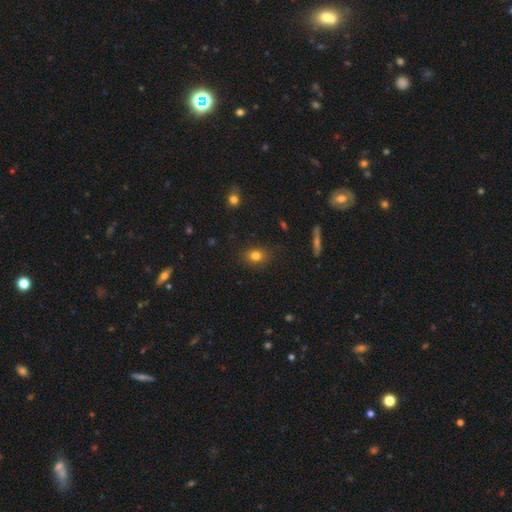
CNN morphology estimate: smooth-or-featured: smooth: 80% | star or artifact: 12% | featured or disk: 7%
  how-rounded: round: 55% | in between: 44% | cigar-shaped: 2%
  merging: none: 84% | minor disturbance: 12% | major disturbance: 3% | merger: 1%